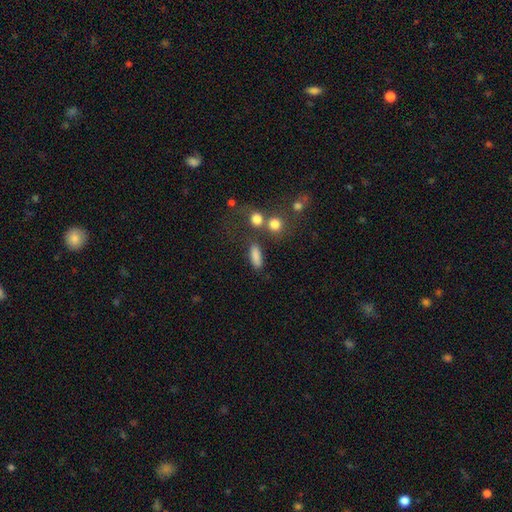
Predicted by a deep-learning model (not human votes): A smooth galaxy with no disk features (84%) that is in between round and cigar-shaped (53%).

Vote fractions:
- Smooth or featured? smooth: 84% / star or artifact: 10% / featured or disk: 7%
- How rounded? in between: 53% / cigar-shaped: 38% / round: 9%
- Merging? none: 71% / minor disturbance: 13% / merger: 10% / major disturbance: 6%